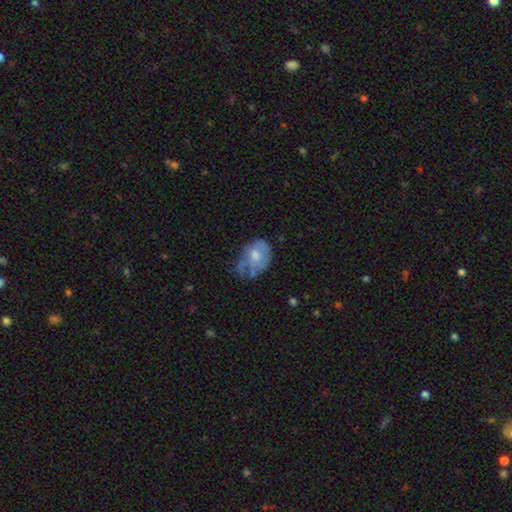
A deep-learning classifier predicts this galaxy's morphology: Smooth or featured?
  - smooth: 50% *
  - featured or disk: 42%
  - star or artifact: 7%
How rounded?
  - in between: 71% *
  - round: 28%
  - cigar-shaped: 1%
Merging?
  - minor disturbance: 37% *
  - none: 31%
  - major disturbance: 28%
  - merger: 4%